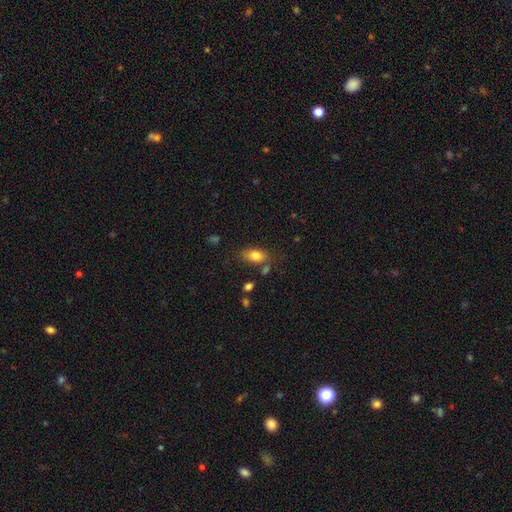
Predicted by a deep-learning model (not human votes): smooth_or_featured: smooth (p=0.80) [alt: featured or disk p=0.11]
how_rounded: in between (p=0.86) [alt: round p=0.08]
merging: none (p=0.72) [alt: minor disturbance p=0.16]